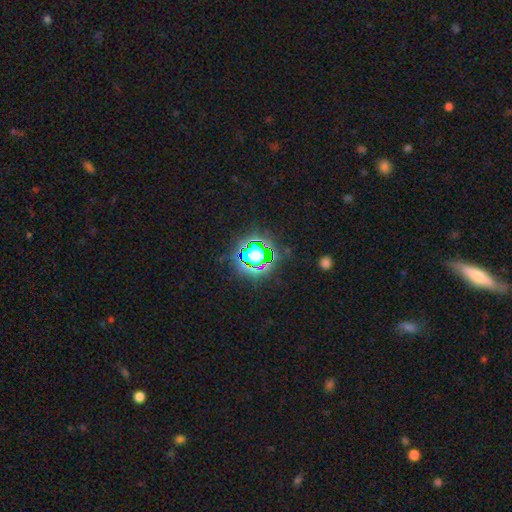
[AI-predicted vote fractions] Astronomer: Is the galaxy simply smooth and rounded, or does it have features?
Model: star or artifact — 67%.